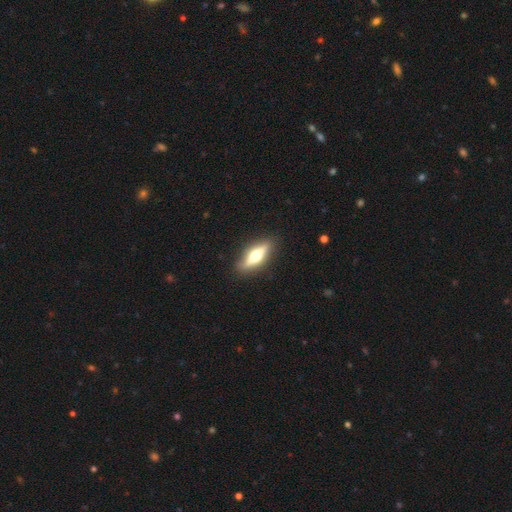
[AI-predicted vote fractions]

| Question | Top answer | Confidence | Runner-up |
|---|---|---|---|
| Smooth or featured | featured or disk | 58% | smooth (36%) |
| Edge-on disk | yes | 91% | no (9%) |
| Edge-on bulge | rounded | 93% | boxy (5%) |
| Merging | none | 88% | minor disturbance (9%) |